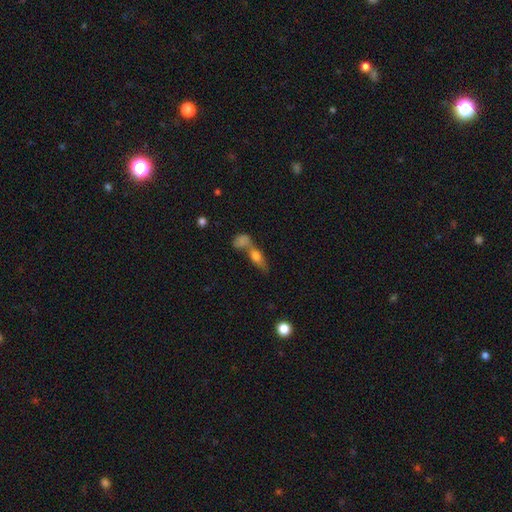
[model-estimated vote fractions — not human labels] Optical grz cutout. It shows a smooth galaxy with no disk features (61%) that is in between round and cigar-shaped (62%). Merging: merger (54%).